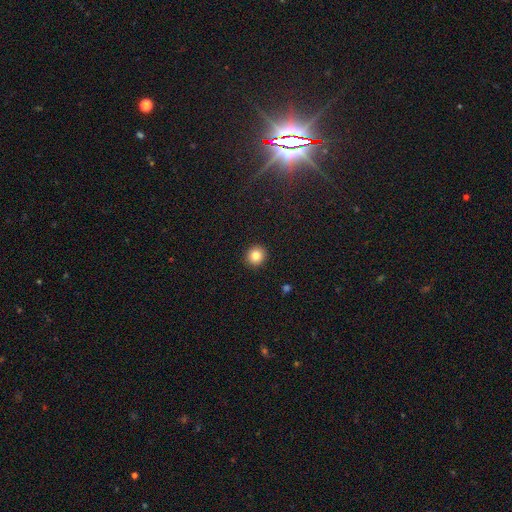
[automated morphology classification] Q: Smooth or featured?
A: smooth (83%); runner-up: star or artifact (10%)
Q: How rounded?
A: round (91%); runner-up: in between (8%)
Q: Merging?
A: none (93%); runner-up: minor disturbance (5%)